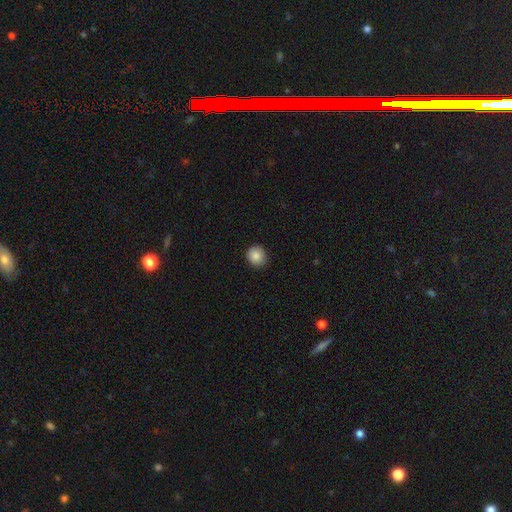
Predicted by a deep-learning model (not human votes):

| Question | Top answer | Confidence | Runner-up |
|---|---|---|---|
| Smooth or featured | smooth | 86% | star or artifact (9%) |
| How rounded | round | 86% | in between (14%) |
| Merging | none | 88% | minor disturbance (10%) |